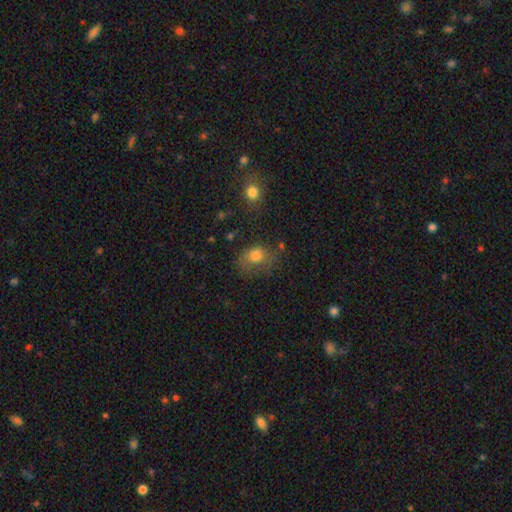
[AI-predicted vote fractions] Overall: smooth (73%). How rounded: in between (51%; round 48%). Merging: none (49%; minor disturbance 27%).